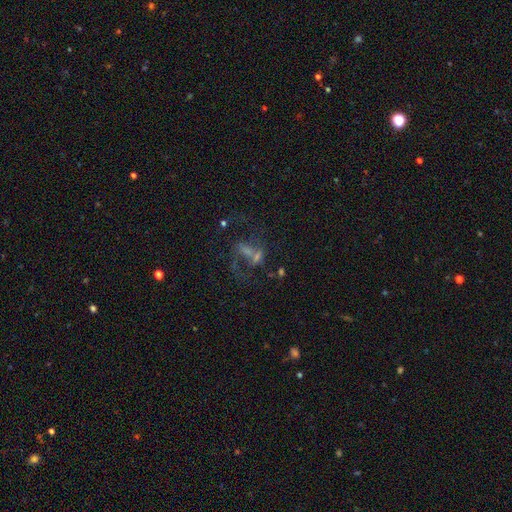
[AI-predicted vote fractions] Overall: featured or disk (60%; star or artifact 23%). Edge-on disk: no (96%). Bar: no (53%; weak 32%). Spiral arms: yes (61%; no 39%). Bulge size: none (37%; small 34%). Merging: none (38%; major disturbance 25%).